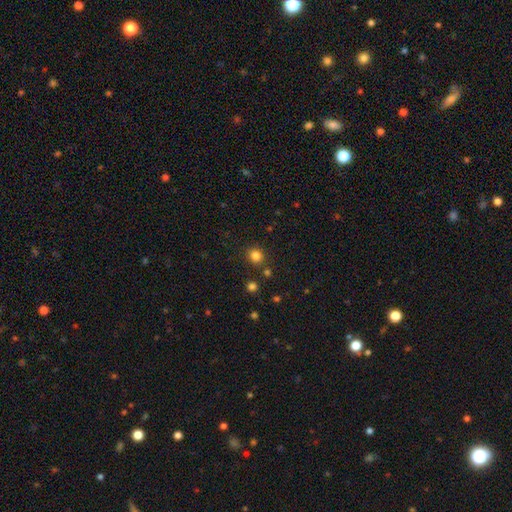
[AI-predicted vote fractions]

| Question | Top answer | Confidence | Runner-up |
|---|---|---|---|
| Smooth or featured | smooth | 82% | star or artifact (14%) |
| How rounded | round | 83% | in between (17%) |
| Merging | none | 84% | minor disturbance (8%) |